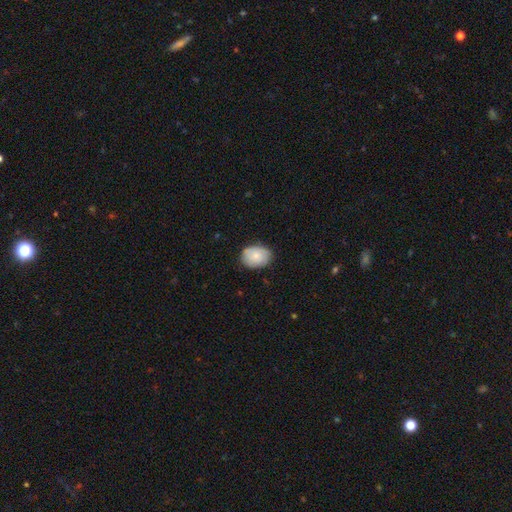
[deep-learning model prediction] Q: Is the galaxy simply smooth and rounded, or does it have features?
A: smooth — 75%.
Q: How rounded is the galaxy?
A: in between — 67%.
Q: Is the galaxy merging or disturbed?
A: none — 77%.